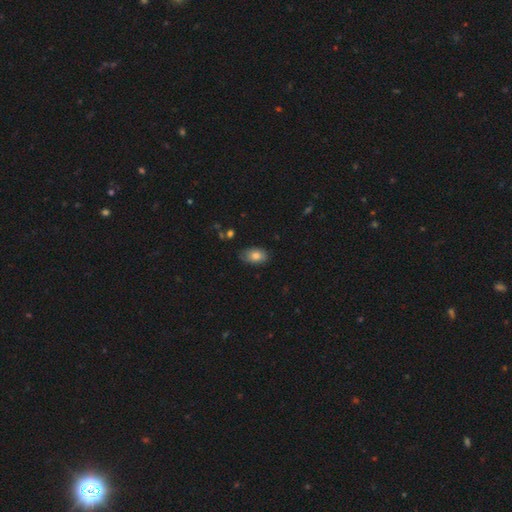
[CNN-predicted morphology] A smooth galaxy with no disk features (82%) that is in between round and cigar-shaped (89%).

Vote fractions:
- Smooth or featured? smooth: 82% / featured or disk: 10% / star or artifact: 8%
- How rounded? in between: 89% / round: 9% / cigar-shaped: 2%
- Merging? none: 76% / minor disturbance: 20% / major disturbance: 3% / merger: 1%